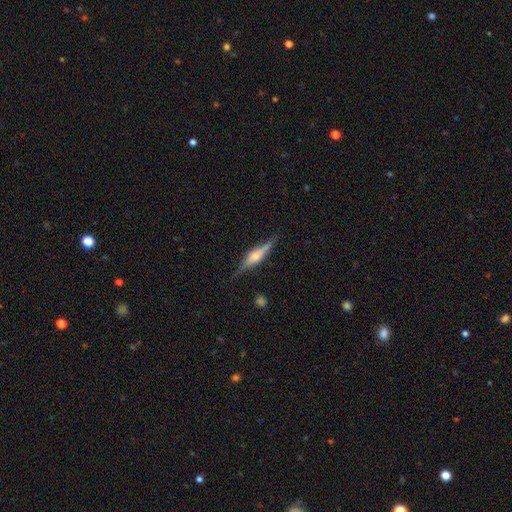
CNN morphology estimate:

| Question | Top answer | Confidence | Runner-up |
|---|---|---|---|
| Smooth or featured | featured or disk | 71% | smooth (23%) |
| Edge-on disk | yes | 97% | no (3%) |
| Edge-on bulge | rounded | 77% | boxy (18%) |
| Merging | none | 84% | minor disturbance (12%) |